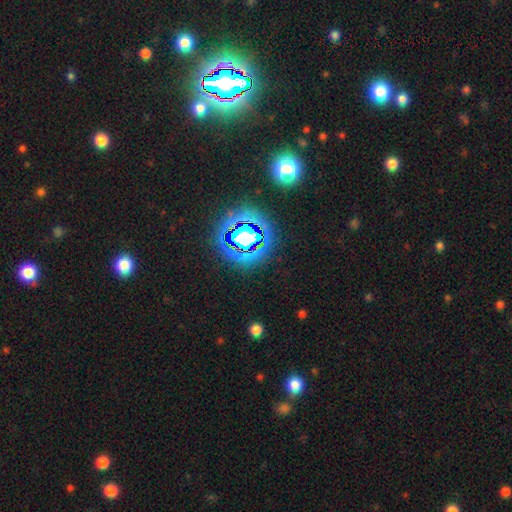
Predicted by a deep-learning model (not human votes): This appears to be a star or artifact, not a galaxy (82%).